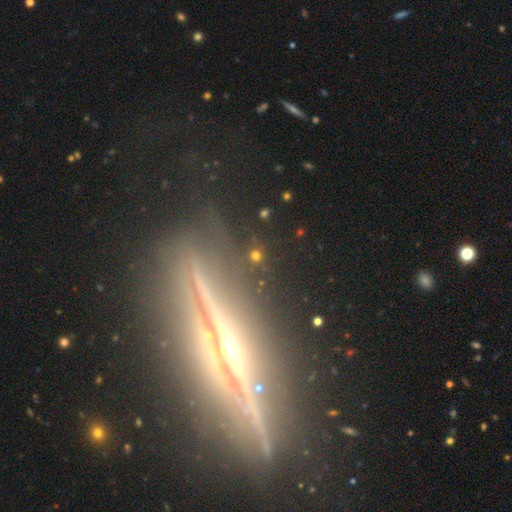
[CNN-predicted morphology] Q: Smooth or featured?
A: smooth (55%); runner-up: star or artifact (33%)
Q: How rounded?
A: round (85%); runner-up: in between (11%)
Q: Merging?
A: none (84%); runner-up: minor disturbance (8%)